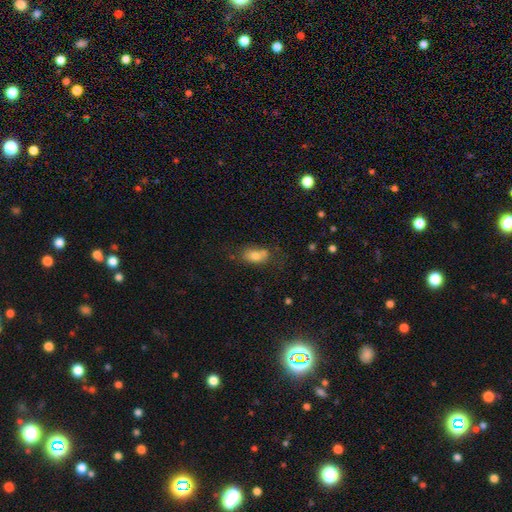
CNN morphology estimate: Smooth or featured: smooth — 73% (featured or disk — 16%)
How rounded: in between — 83% (round — 11%)
Merging: none — 48% (merger — 22%)